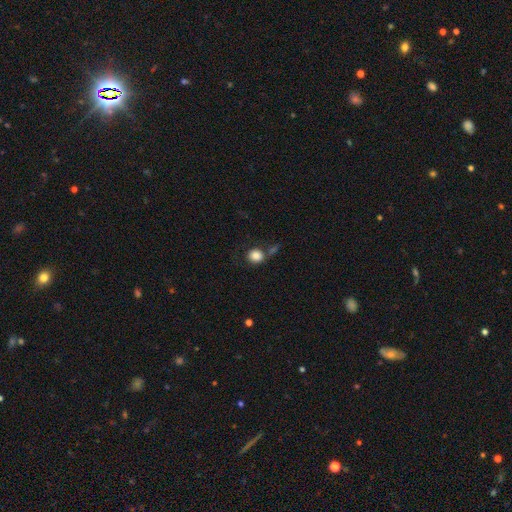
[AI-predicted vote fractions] This is clearly a smooth galaxy (84%). How rounded: likely round (80%). Merging: likely none (63%).